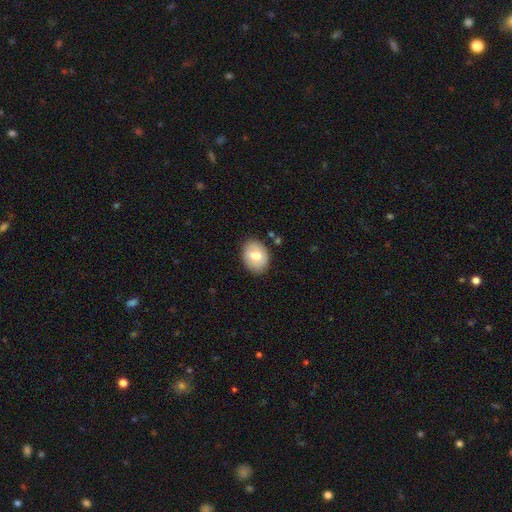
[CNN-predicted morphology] smooth 68%, featured or disk 25%, star or artifact 7%. Down the decision tree: how rounded — in between (67%); merging — none (81%).